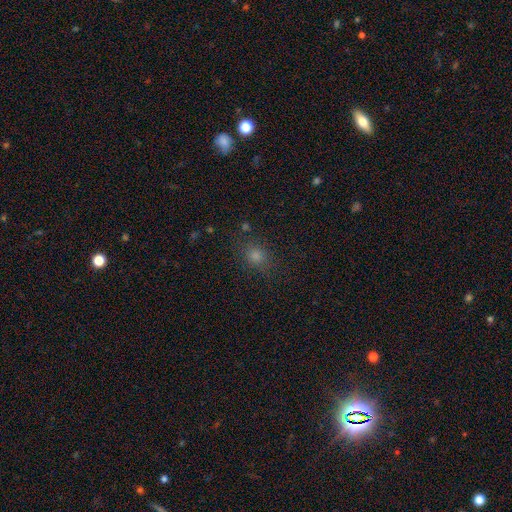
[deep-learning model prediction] Morphology: type=smooth (69%); roundness=round (68%); merging=none (82%).